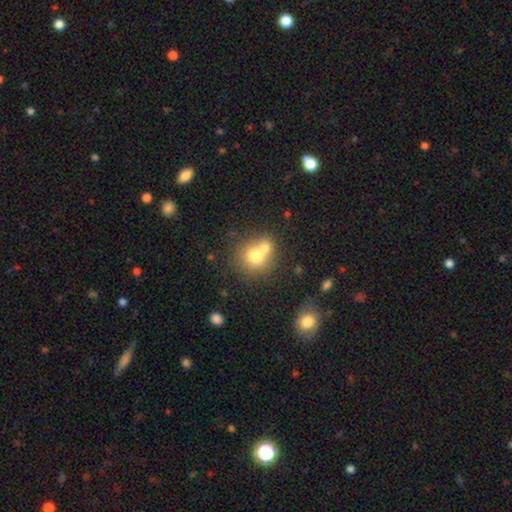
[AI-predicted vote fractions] smooth 70%, featured or disk 19%, star or artifact 11%. Down the decision tree: how rounded — round (80%); merging — merger (53%).